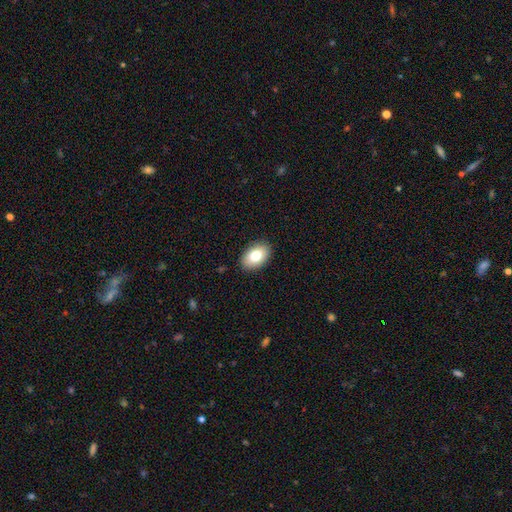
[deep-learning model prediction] Overall: smooth (80%). How rounded: in between (89%). Merging: none (88%).